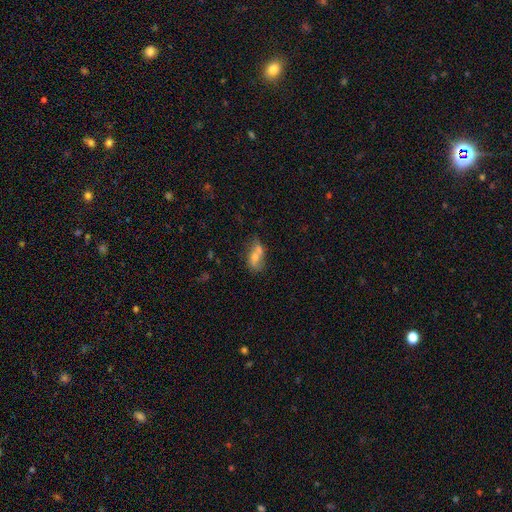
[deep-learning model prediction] Q: Smooth or featured?
A: smooth (61%); runner-up: featured or disk (29%)
Q: How rounded?
A: in between (76%); runner-up: round (15%)
Q: Merging?
A: merger (51%); runner-up: none (29%)